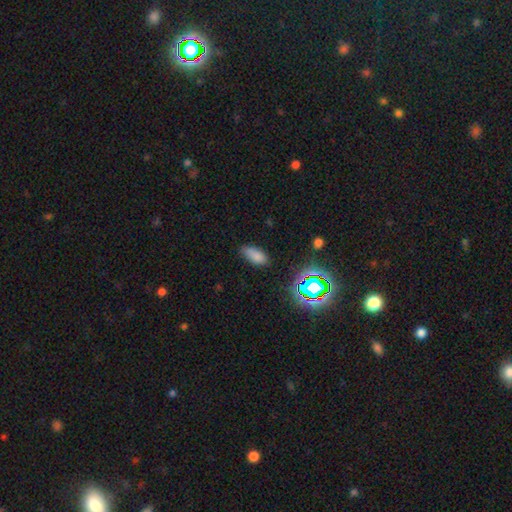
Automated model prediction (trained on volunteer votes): Q: Smooth or featured?
A: smooth (76%); runner-up: star or artifact (17%)
Q: How rounded?
A: in between (84%); runner-up: cigar-shaped (12%)
Q: Merging?
A: none (74%); runner-up: minor disturbance (19%)